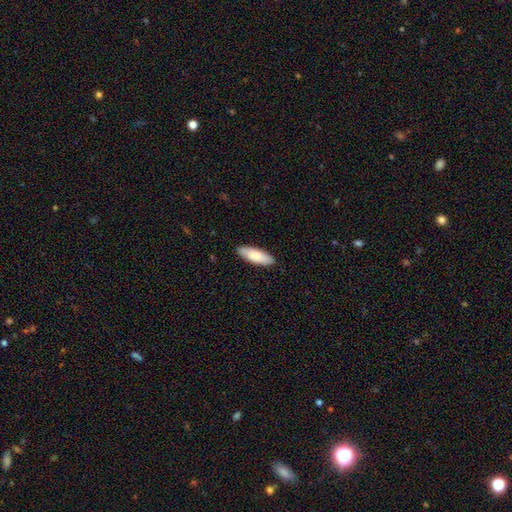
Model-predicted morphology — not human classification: Overall: smooth (85%). How rounded: in between (61%; cigar-shaped 38%). Merging: none (88%).